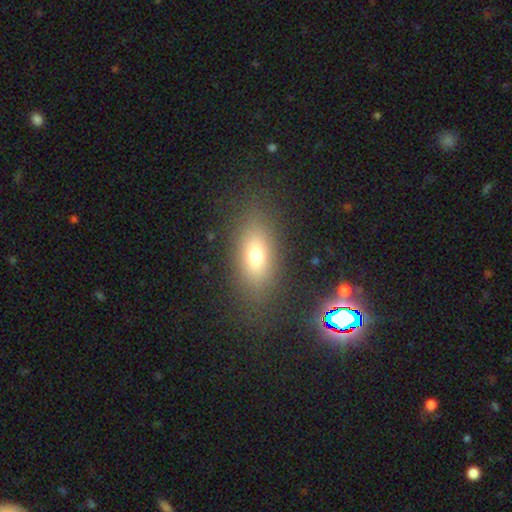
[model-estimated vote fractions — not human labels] Smooth or featured: smooth — 69% (featured or disk — 18%)
How rounded: in between — 78% (cigar-shaped — 13%)
Merging: none — 82% (minor disturbance — 11%)